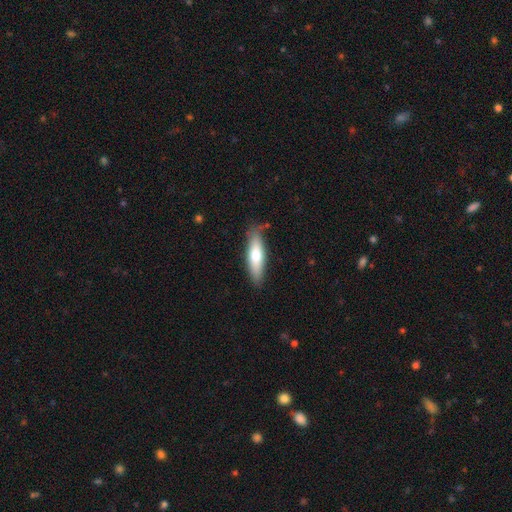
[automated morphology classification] This appears to be a smooth galaxy with no disk features (65%) that is cigar-shaped (61%). Merging: none (81%).